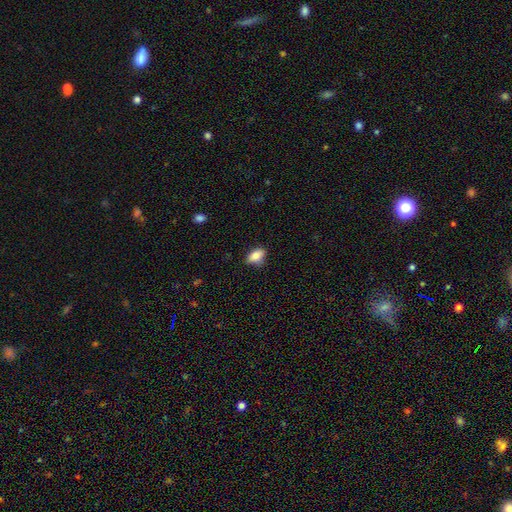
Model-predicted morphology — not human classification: This is clearly a smooth galaxy (81%). How rounded: clearly in between (86%). Merging: likely none (73%).